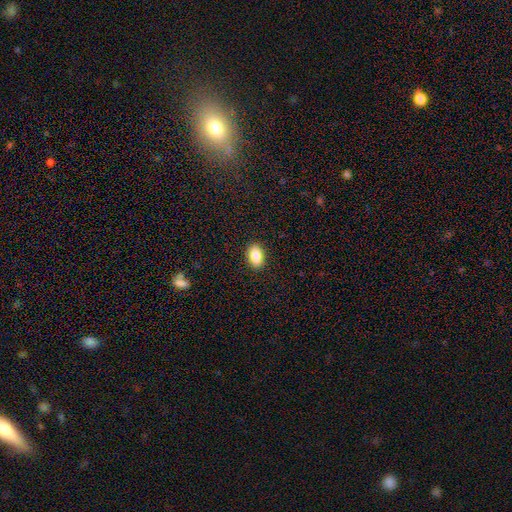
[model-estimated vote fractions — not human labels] This appears to be a smooth galaxy with no disk features (85%) that is in between round and cigar-shaped (89%). Merging: none (90%).